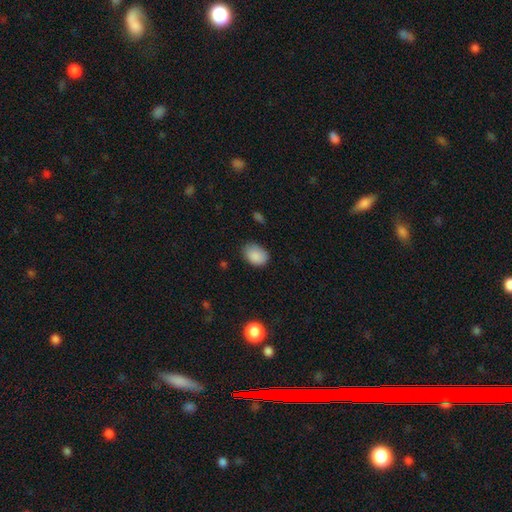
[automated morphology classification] Smooth or featured?
  - smooth: 88% *
  - star or artifact: 8%
  - featured or disk: 5%
How rounded?
  - in between: 73% *
  - round: 26%
  - cigar-shaped: 1%
Merging?
  - none: 73% *
  - minor disturbance: 22%
  - major disturbance: 4%
  - merger: 1%